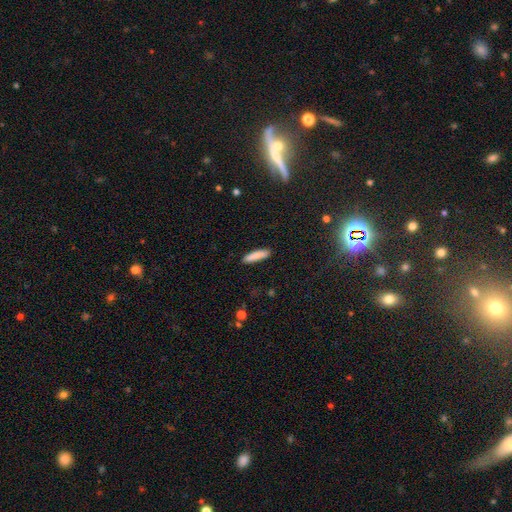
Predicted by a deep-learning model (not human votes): Morphology: type=smooth (85%); roundness=cigar-shaped (81%); merging=none (89%).